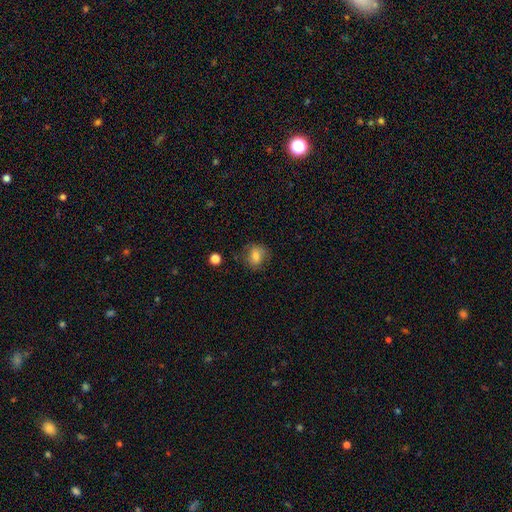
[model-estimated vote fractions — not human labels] Overall: smooth (73%). How rounded: round (56%; in between 42%). Merging: none (69%).